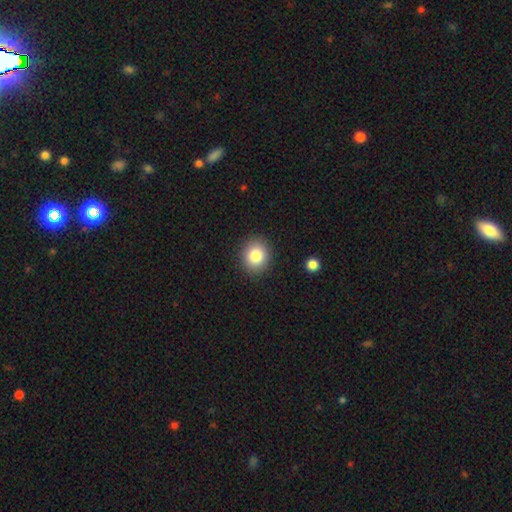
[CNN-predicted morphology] Q: Smooth or featured?
A: smooth (82%); runner-up: star or artifact (10%)
Q: How rounded?
A: round (76%); runner-up: in between (24%)
Q: Merging?
A: none (90%); runner-up: minor disturbance (7%)